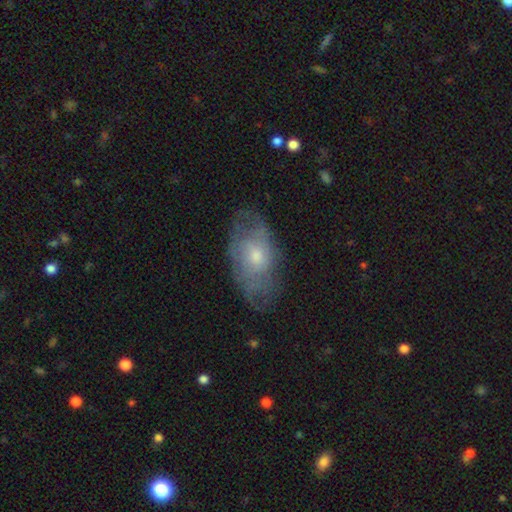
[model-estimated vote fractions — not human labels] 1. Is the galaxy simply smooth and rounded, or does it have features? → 51% featured or disk, 42% smooth, 8% star or artifact.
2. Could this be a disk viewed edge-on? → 91% no, 9% yes.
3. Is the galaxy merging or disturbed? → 65% none, 24% minor disturbance, 10% major disturbance, 1% merger.